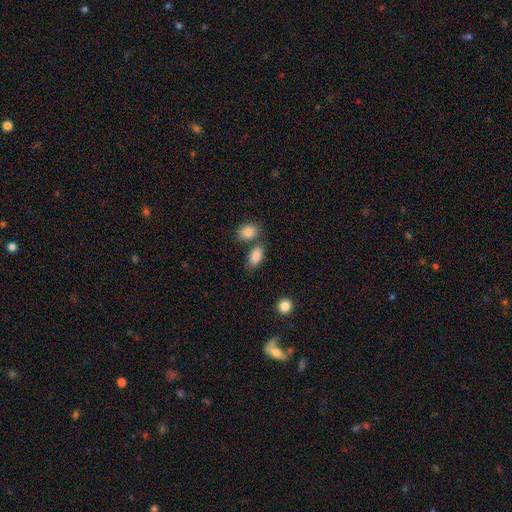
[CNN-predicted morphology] smooth 87%, star or artifact 8%, featured or disk 6%. Down the decision tree: how rounded — in between (90%); merging — none (59%).